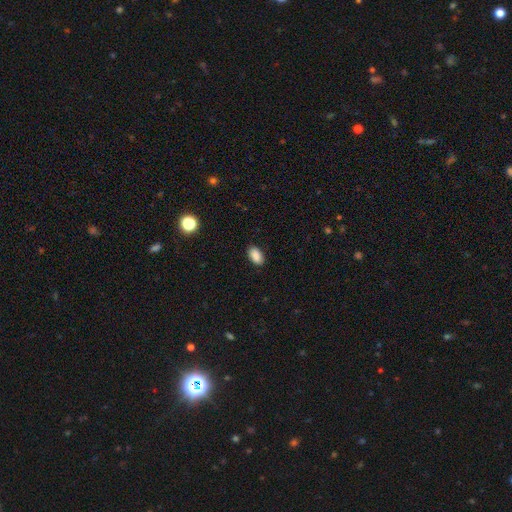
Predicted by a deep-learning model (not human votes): A smooth galaxy with no disk features (88%) that is in between round and cigar-shaped (93%). Merging: none (88%).